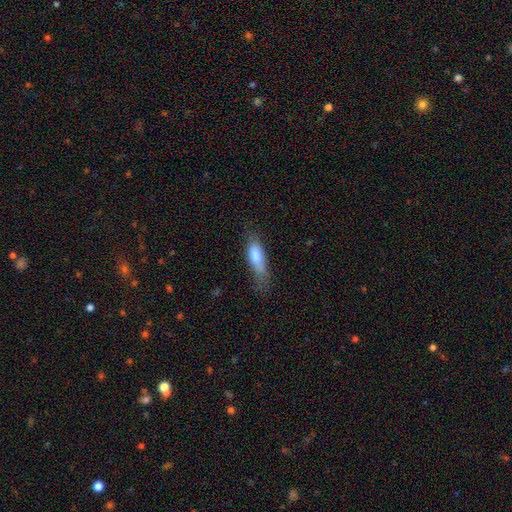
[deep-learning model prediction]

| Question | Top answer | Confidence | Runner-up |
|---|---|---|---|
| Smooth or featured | smooth | 79% | featured or disk (14%) |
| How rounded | in between | 55% | cigar-shaped (42%) |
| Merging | none | 39% | minor disturbance (35%) |